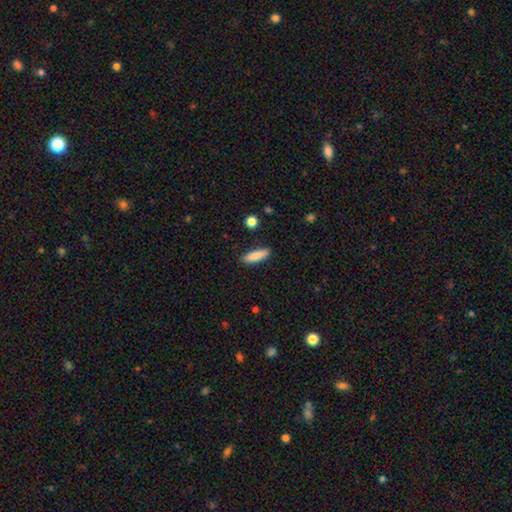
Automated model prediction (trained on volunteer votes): The model was most divided on "how rounded": cigar-shaped: 63%, in between: 35%, round: 2%. More confident: merging — none (86%); smooth or featured — smooth (85%).